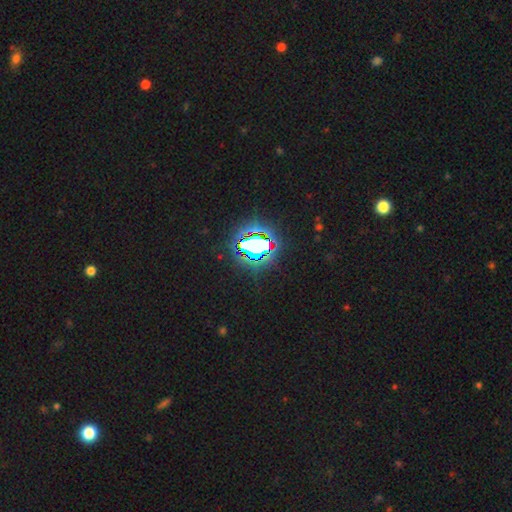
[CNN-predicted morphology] Overall: star or artifact (80%).